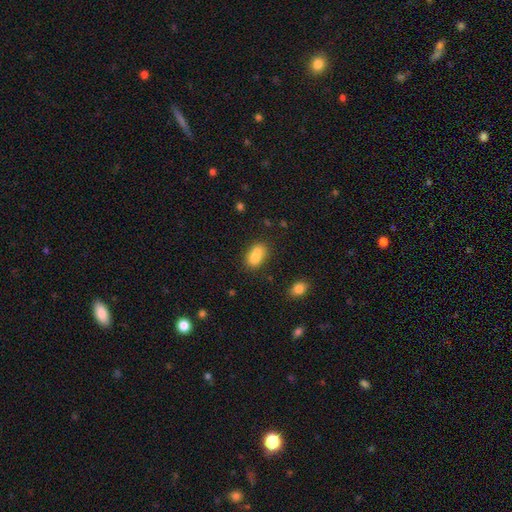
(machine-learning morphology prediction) A smooth galaxy with no disk features (76%) that is in between round and cigar-shaped (78%).

Vote fractions:
- Smooth or featured? smooth: 76% / featured or disk: 15% / star or artifact: 10%
- How rounded? in between: 78% / round: 19% / cigar-shaped: 3%
- Merging? merger: 44% / none: 38% / minor disturbance: 13% / major disturbance: 5%